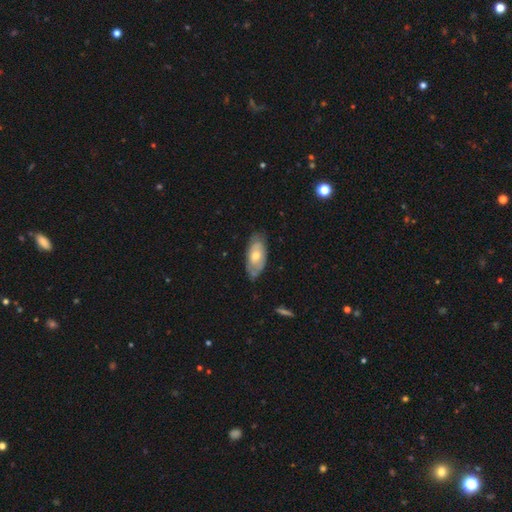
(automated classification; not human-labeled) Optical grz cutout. It shows a featured or disk galaxy (49%). Merging: none (72%).